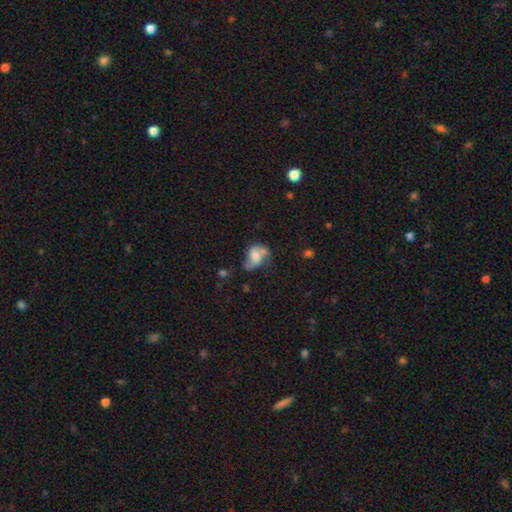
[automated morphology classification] This is marginally a smooth galaxy (45%, tied with featured or disk). Merging: marginally none (31%).